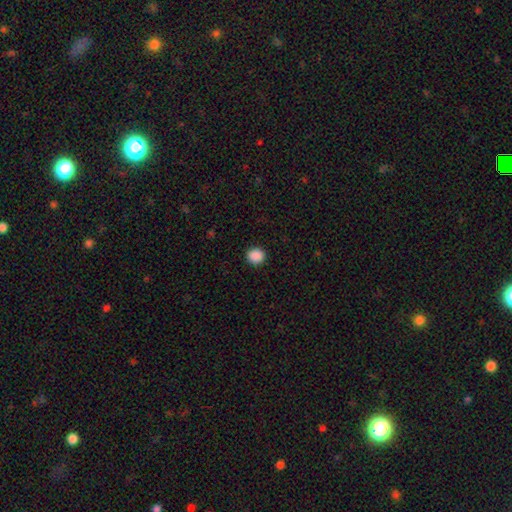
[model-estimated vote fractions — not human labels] Smooth or featured?
  - smooth: 89% *
  - star or artifact: 9%
  - featured or disk: 2%
How rounded?
  - round: 85% *
  - in between: 14%
  - cigar-shaped: 1%
Merging?
  - none: 91% *
  - minor disturbance: 6%
  - major disturbance: 2%
  - merger: 1%